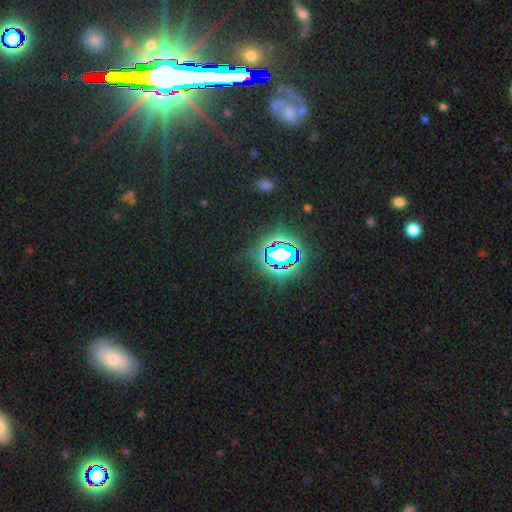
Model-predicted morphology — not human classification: A star or artifact, not a galaxy (80%).